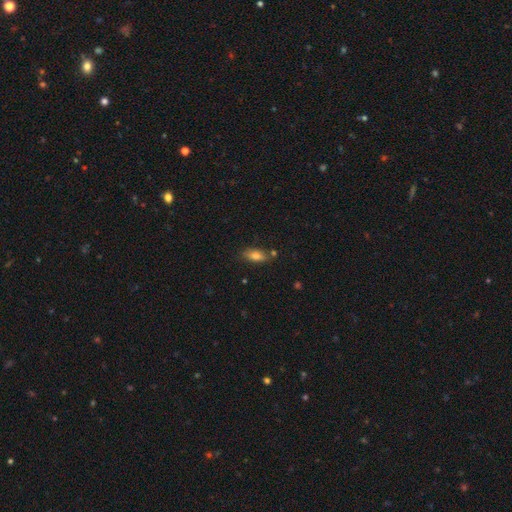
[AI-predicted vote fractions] This is likely a smooth galaxy (75%). How rounded: likely in between (77%). Merging: likely none (76%).